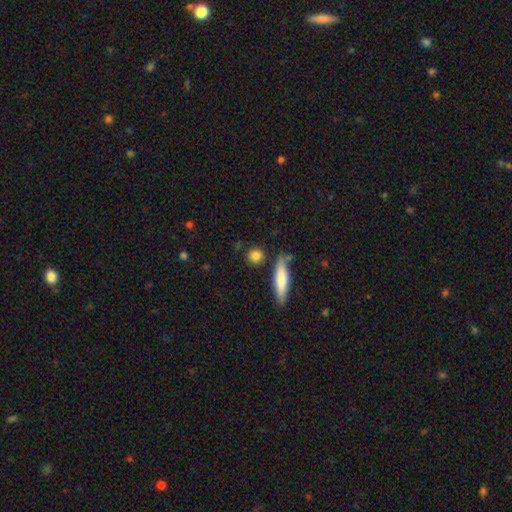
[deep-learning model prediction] smooth_or_featured: smooth (p=0.83) [alt: featured or disk p=0.09]
how_rounded: round (p=0.72) [alt: in between p=0.18]
merging: none (p=0.81) [alt: minor disturbance p=0.10]